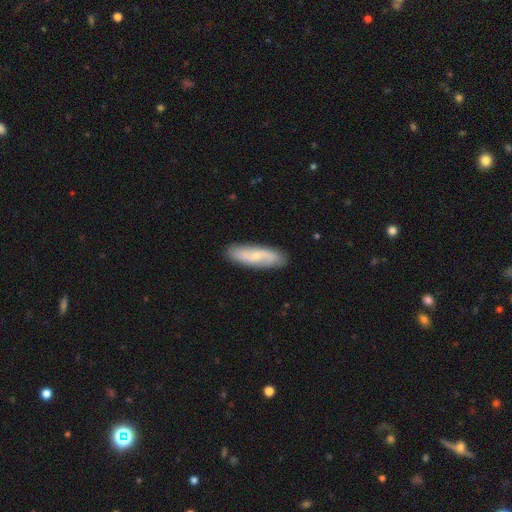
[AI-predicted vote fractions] smooth_or_featured: featured or disk (p=0.56) [alt: smooth p=0.38]
disk_edge_on: no (p=0.83) [alt: yes p=0.17]
merging: none (p=0.87) [alt: minor disturbance p=0.10]